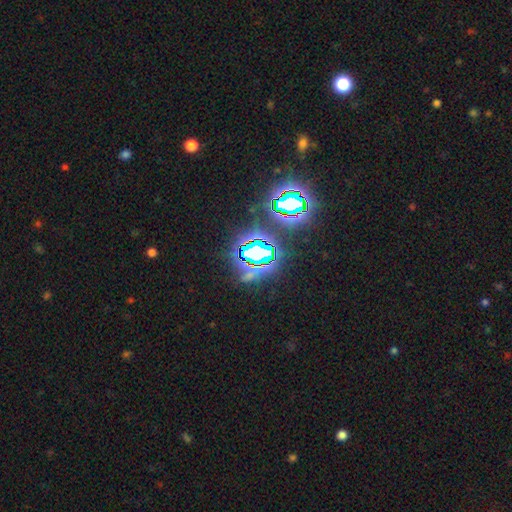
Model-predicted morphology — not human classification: smooth-or-featured: star or artifact: 77% | smooth: 13% | featured or disk: 11%